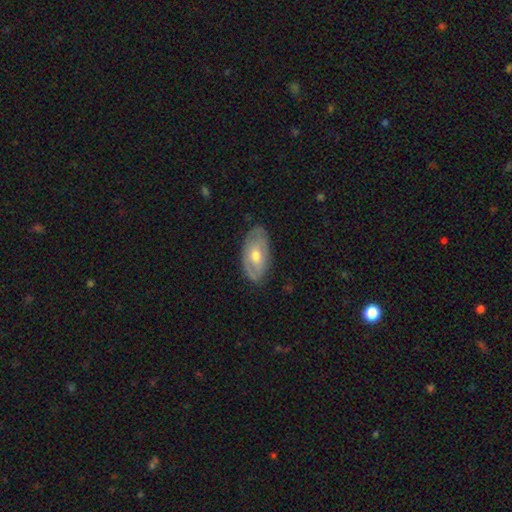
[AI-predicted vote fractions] Overall: featured or disk (50%; smooth 44%). Edge-on disk: no (86%). Merging: none (77%).